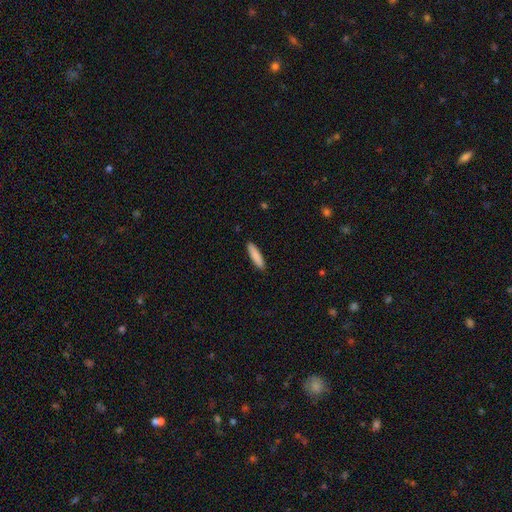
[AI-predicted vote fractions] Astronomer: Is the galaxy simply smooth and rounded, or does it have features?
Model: smooth — 88%.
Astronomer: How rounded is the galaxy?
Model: cigar-shaped — 76%.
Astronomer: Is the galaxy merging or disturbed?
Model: none — 90%.